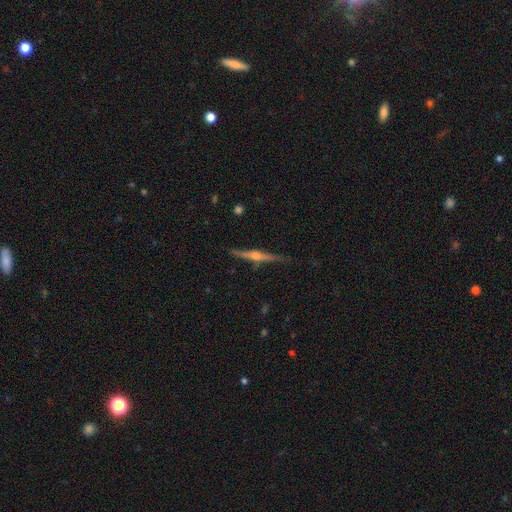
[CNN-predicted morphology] Overall: featured or disk (76%). Edge-on disk: yes (98%). Edge-on bulge: rounded (82%). Merging: none (85%).